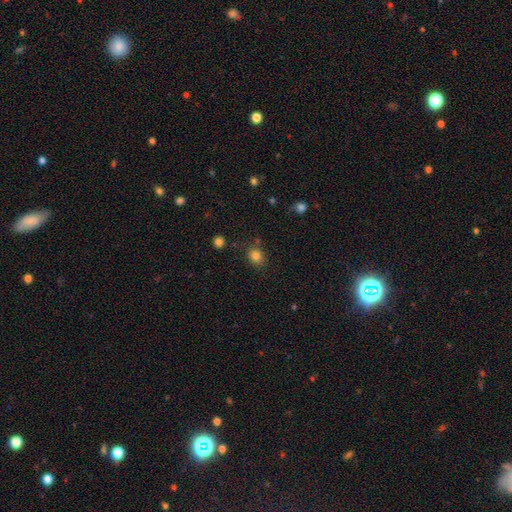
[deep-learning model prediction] Smooth or featured? Predicted: smooth (p=0.81). How rounded? Predicted: round (p=0.56). Merging? Predicted: none (p=0.81).